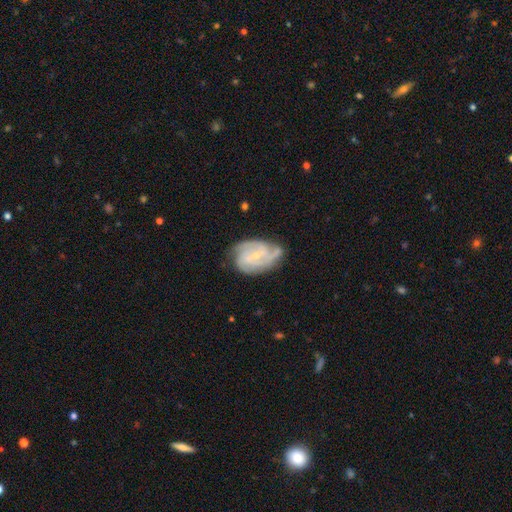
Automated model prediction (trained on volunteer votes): A featured or disk galaxy (82%) with no bar (51%), 3 (38%) tight (52%) spiral arms (95%) and a small central bulge (73%).

Vote fractions:
- Smooth or featured? featured or disk: 82% / smooth: 12% / star or artifact: 6%
- Edge-on disk? no: 97% / yes: 3%
- Bar? no: 51% / weak: 39% / strong: 10%
- Spiral arms? yes: 95% / no: 5%
- Spiral winding? tight: 52% / medium: 39% / loose: 9%
- Spiral arm count? 3: 38% / 2: 23% / can't tell: 19% / 4: 11% / 1: 4% / more than 4: 4%
- Bulge size? small: 73% / moderate: 23% / none: 3% / large: 1% / dominant: 1%
- Merging? none: 59% / minor disturbance: 28% / major disturbance: 10% / merger: 3%